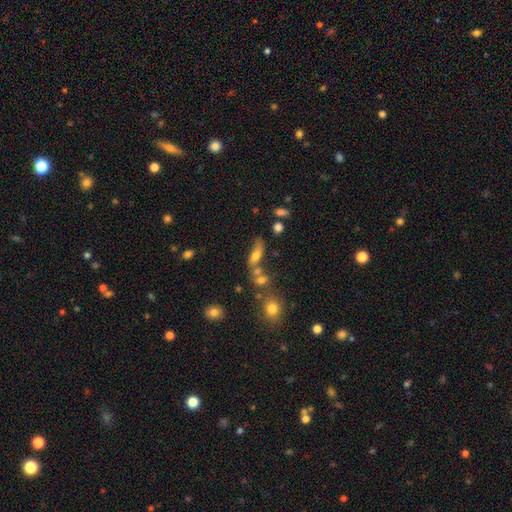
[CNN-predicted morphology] Smooth or featured? Predicted: smooth (p=0.65). How rounded? Predicted: in between (p=0.62). Merging? Predicted: none (p=0.39).